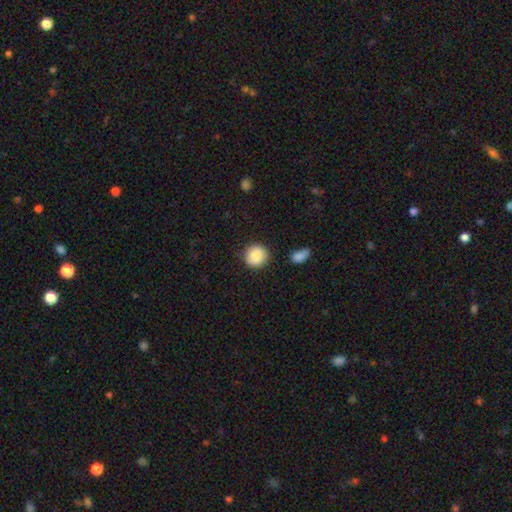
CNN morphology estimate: Smooth or featured? smooth (86%)
How rounded? round (93%)
Merging? none (87%)